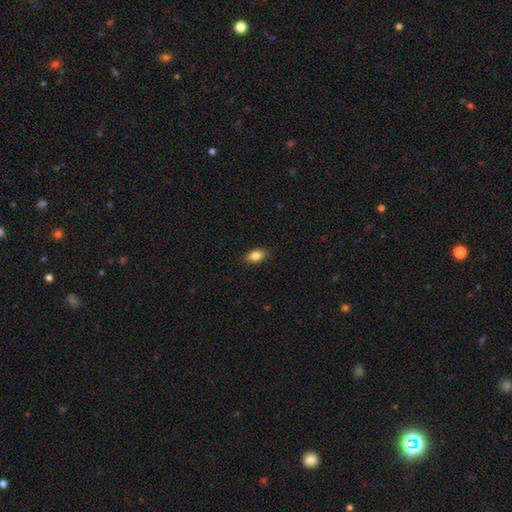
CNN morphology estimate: smooth 83%, featured or disk 9%, star or artifact 8%. Down the decision tree: how rounded — in between (87%); merging — none (87%).